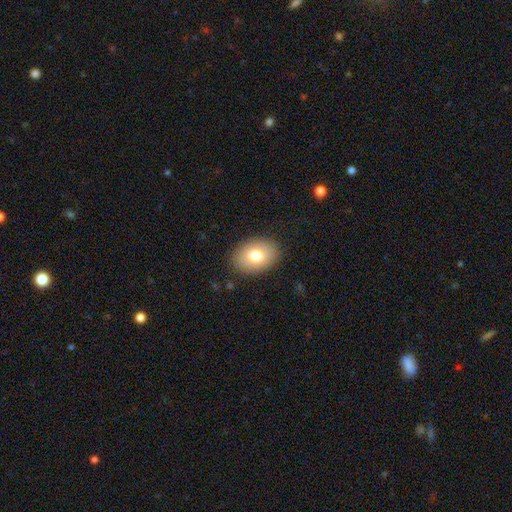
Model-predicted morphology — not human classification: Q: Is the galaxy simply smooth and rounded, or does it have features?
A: smooth — 77%.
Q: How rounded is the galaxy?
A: in between — 81%.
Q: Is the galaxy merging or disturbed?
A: none — 86%.